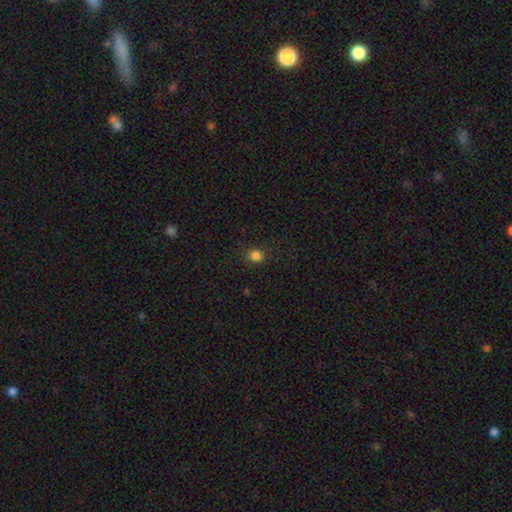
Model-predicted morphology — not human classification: This is clearly a smooth galaxy (83%). How rounded: clearly round (85%). Merging: clearly none (88%).